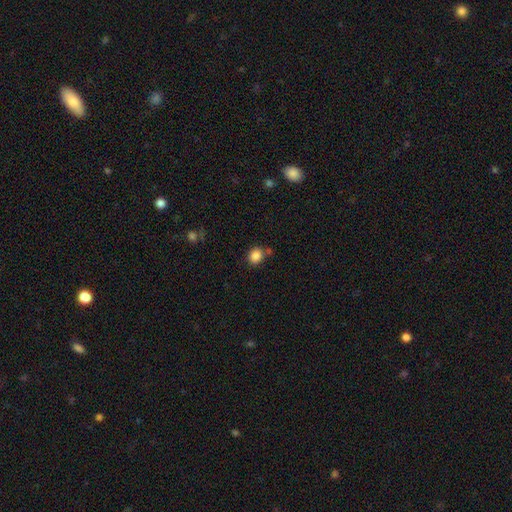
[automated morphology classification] A smooth galaxy with no disk features (86%) that is round (69%). Merging: none (71%).